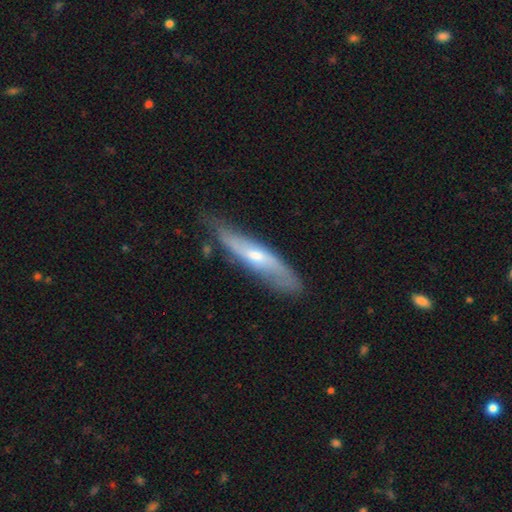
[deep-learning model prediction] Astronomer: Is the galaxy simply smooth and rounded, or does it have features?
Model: featured or disk — 63%.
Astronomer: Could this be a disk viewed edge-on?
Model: yes — 55% (runner-up: no, 45%).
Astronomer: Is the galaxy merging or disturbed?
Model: none — 71%.